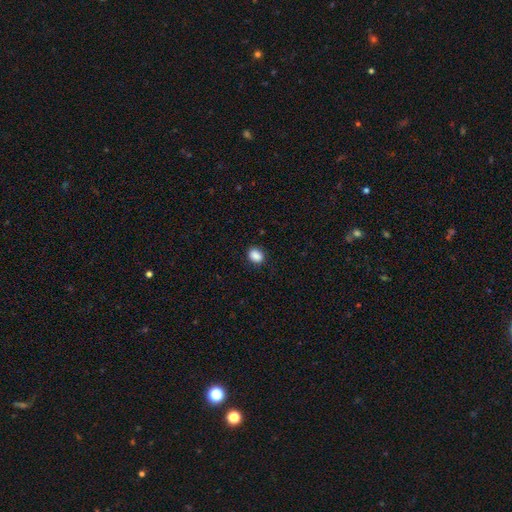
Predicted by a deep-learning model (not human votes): Morphology: type=smooth (88%); roundness=in between (60%); merging=none (87%).